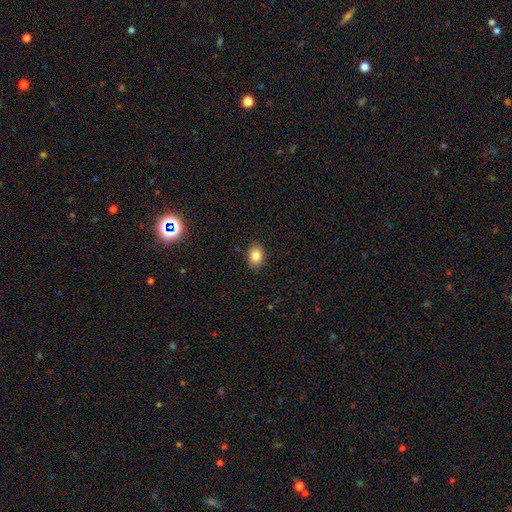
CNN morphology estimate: Overall: smooth (84%). How rounded: in between (74%). Merging: none (88%).